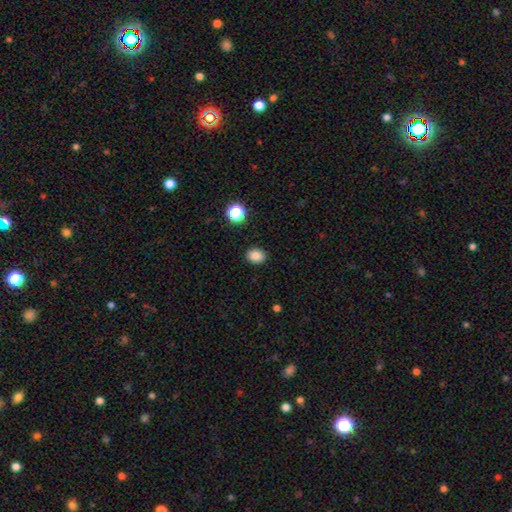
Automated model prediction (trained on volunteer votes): A smooth galaxy with no disk features (85%) that is in between round and cigar-shaped (50%).

Vote fractions:
- Smooth or featured? smooth: 85% / star or artifact: 11% / featured or disk: 4%
- How rounded? in between: 50% / round: 49% / cigar-shaped: 1%
- Merging? none: 89% / minor disturbance: 7% / major disturbance: 2% / merger: 1%